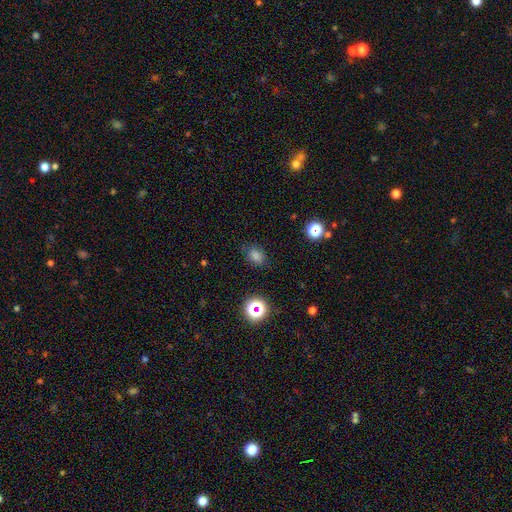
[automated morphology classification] This is likely a smooth galaxy (77%). How rounded: likely in between (64%). Merging: clearly none (82%).